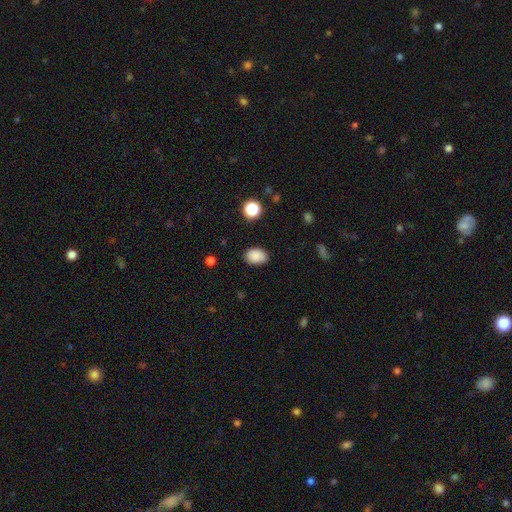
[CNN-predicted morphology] type=smooth (87%); roundness=in between (81%); merging=none (82%).